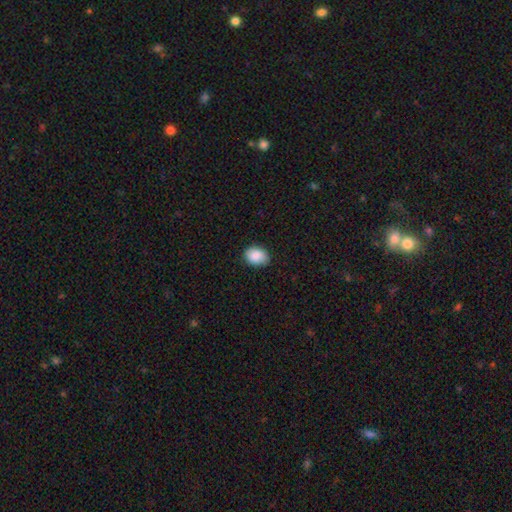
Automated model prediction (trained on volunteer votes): Smooth or featured?
  - smooth: 88% *
  - star or artifact: 7%
  - featured or disk: 4%
How rounded?
  - in between: 64% *
  - round: 35%
  - cigar-shaped: 1%
Merging?
  - none: 83% *
  - minor disturbance: 14%
  - major disturbance: 2%
  - merger: 1%